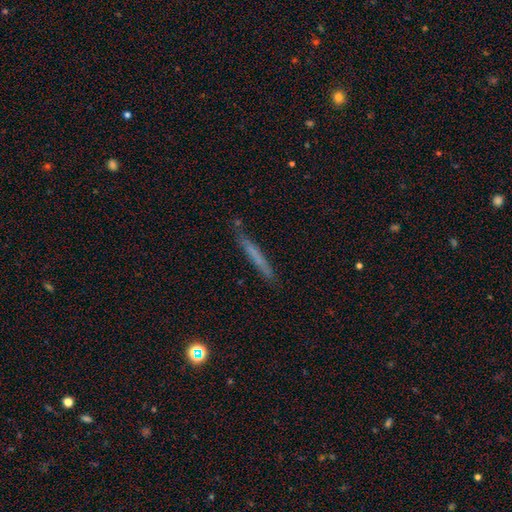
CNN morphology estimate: A smooth galaxy with no disk features (57%) that is cigar-shaped (96%). Merging: none (83%).